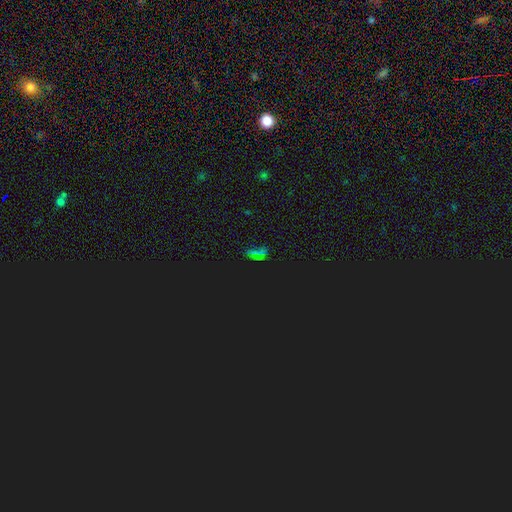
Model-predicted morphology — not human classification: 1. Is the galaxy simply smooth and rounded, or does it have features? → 69% star or artifact, 22% smooth, 8% featured or disk.